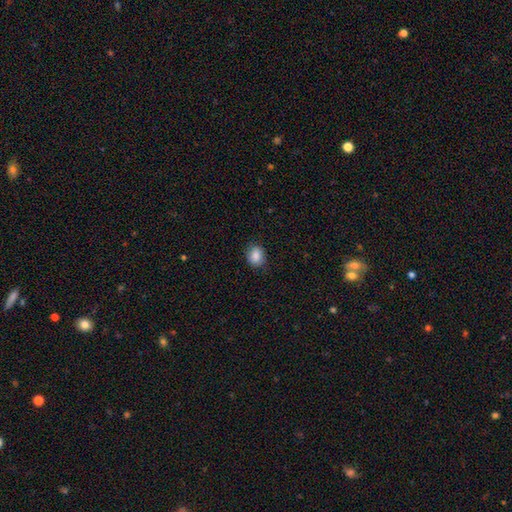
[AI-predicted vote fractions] Smooth or featured: smooth — 86% (star or artifact — 8%)
How rounded: round — 50% (in between — 49%)
Merging: none — 82% (minor disturbance — 14%)